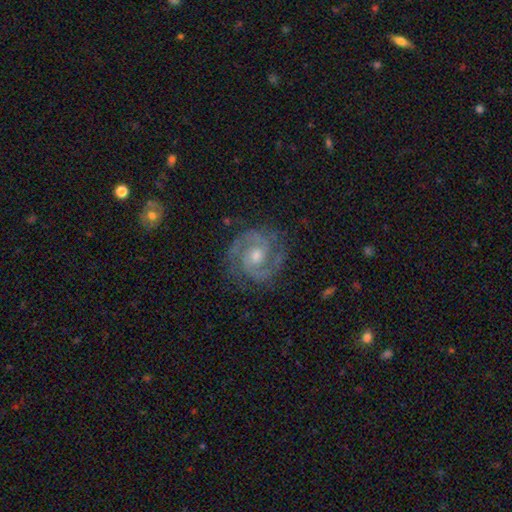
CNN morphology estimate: Smooth or featured? featured or disk (91%)
Edge-on disk? no (98%)
Bar? no (52%)
Spiral arms? yes (98%)
Spiral winding? tight (49%)
Spiral arm count? 2 (87%)
Bulge size? moderate (59%)
Merging? none (80%)